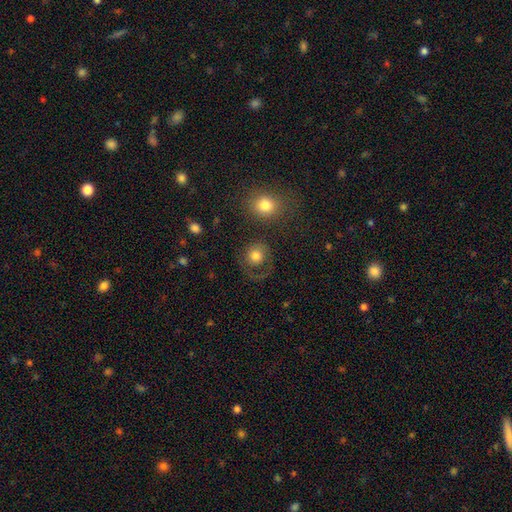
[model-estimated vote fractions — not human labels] smooth 71%, featured or disk 19%, star or artifact 10%. Down the decision tree: how rounded — round (86%); merging — none (59%).